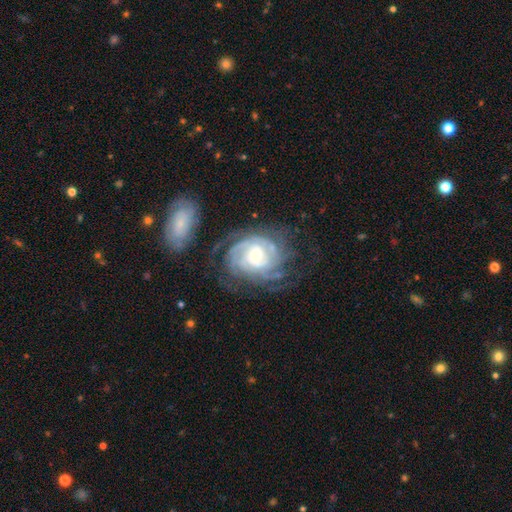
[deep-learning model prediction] Morphology: type=featured or disk (89%); edge-on=no (97%); bar=no (69%); spiral arms=yes (97%); winding=tight (74%); arm count=can't tell (30%); bulge=moderate (48%); merging=none (64%).